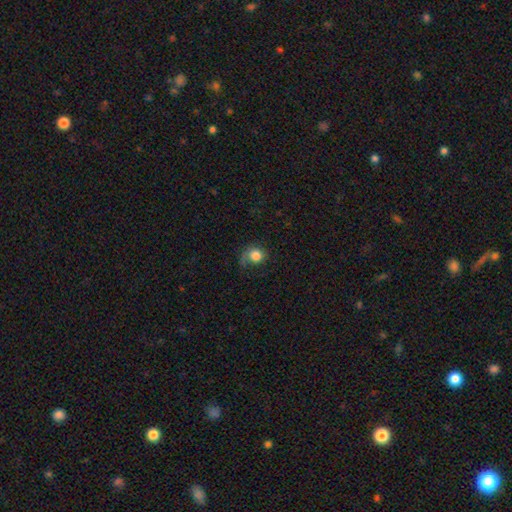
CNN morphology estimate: A smooth galaxy with no disk features (75%) that is round (78%). Merging: none (50%).